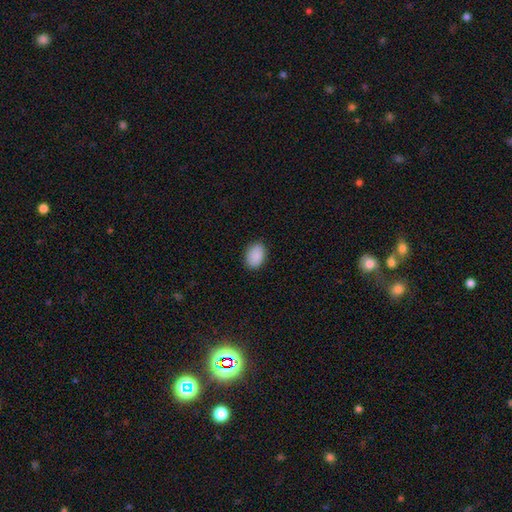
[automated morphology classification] Q: Smooth or featured?
A: smooth (89%); runner-up: star or artifact (7%)
Q: How rounded?
A: in between (81%); runner-up: round (18%)
Q: Merging?
A: none (85%); runner-up: minor disturbance (12%)